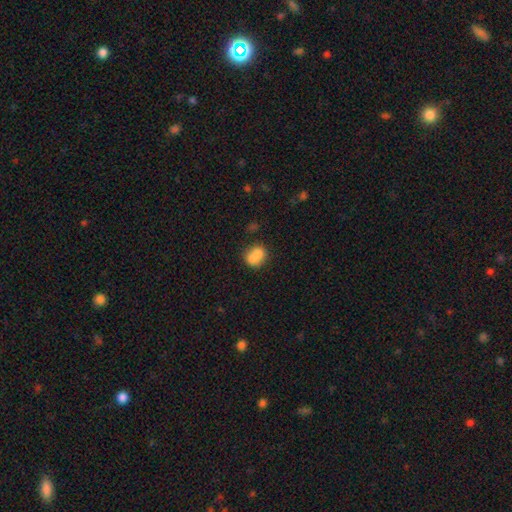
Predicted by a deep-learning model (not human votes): Smooth or featured?
  - smooth: 72% *
  - featured or disk: 19%
  - star or artifact: 9%
How rounded?
  - round: 64% *
  - in between: 35%
  - cigar-shaped: 1%
Merging?
  - merger: 54% *
  - none: 32%
  - minor disturbance: 10%
  - major disturbance: 4%